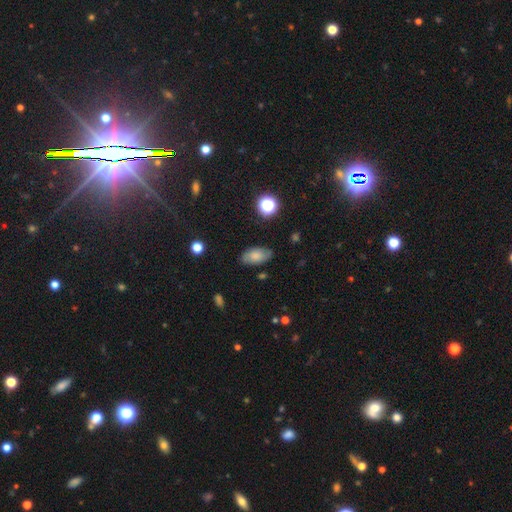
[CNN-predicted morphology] Smooth or featured: smooth — 69% (featured or disk — 21%)
How rounded: in between — 92% (round — 5%)
Merging: none — 78% (minor disturbance — 17%)